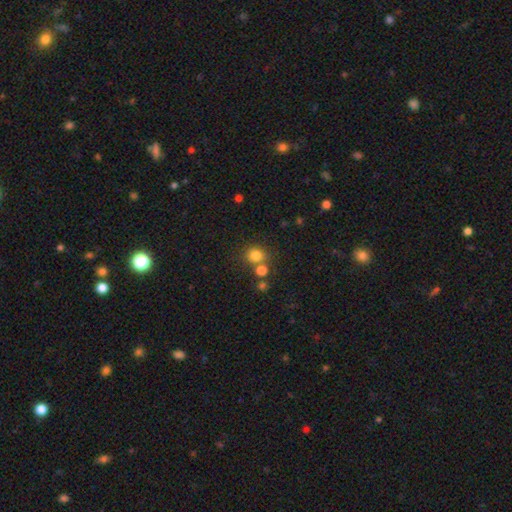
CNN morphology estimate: A smooth galaxy with no disk features (79%) that is round (82%).

Vote fractions:
- Smooth or featured? smooth: 79% / star or artifact: 14% / featured or disk: 6%
- How rounded? round: 82% / in between: 17% / cigar-shaped: 1%
- Merging? none: 66% / merger: 20% / minor disturbance: 10% / major disturbance: 4%